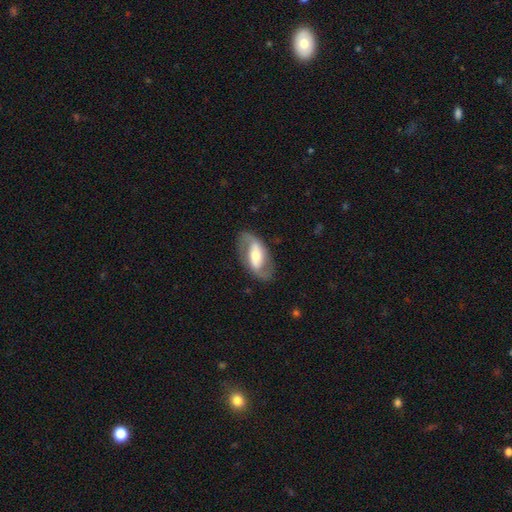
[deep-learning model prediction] The model was most divided on "spiral winding": medium: 45%, loose: 36%, tight: 19%. Remaining: edge-on disk — no (94%); spiral arm count — 2 (90%); spiral arms — yes (86%); merging — none (81%); smooth or featured — featured or disk (78%); bulge size — moderate (58%); bar — strong (44%).